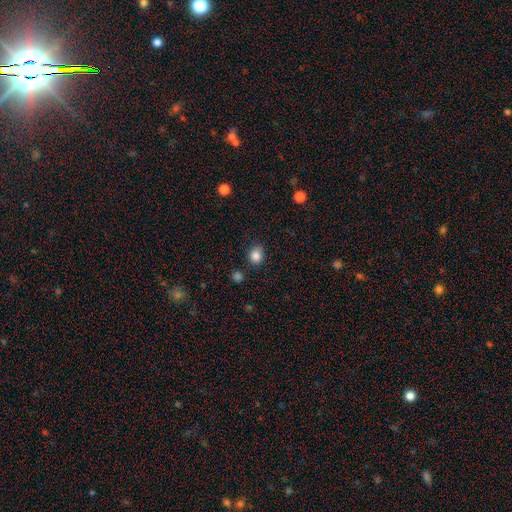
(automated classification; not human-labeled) A smooth galaxy with no disk features (85%) that is round (68%). Merging: none (81%).